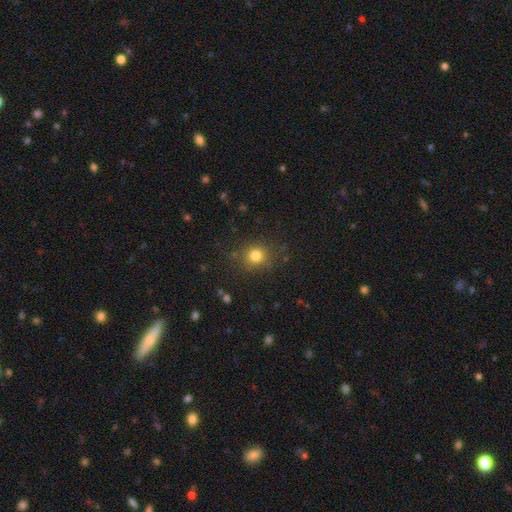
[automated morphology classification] Q: Smooth or featured?
A: smooth (79%); runner-up: star or artifact (15%)
Q: How rounded?
A: round (86%); runner-up: in between (13%)
Q: Merging?
A: none (86%); runner-up: minor disturbance (9%)